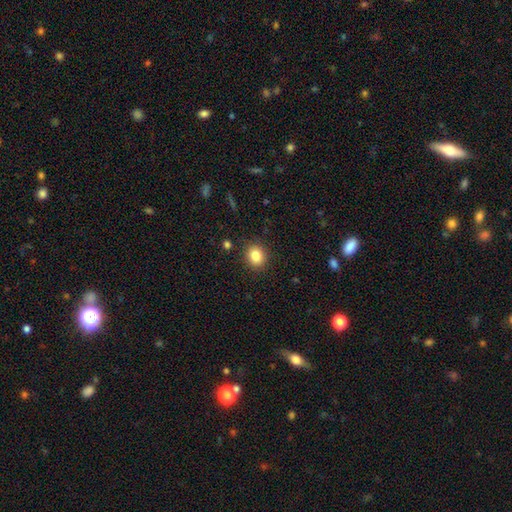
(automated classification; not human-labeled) This appears to be a smooth galaxy with no disk features (84%) that is round (67%). Merging: none (88%).